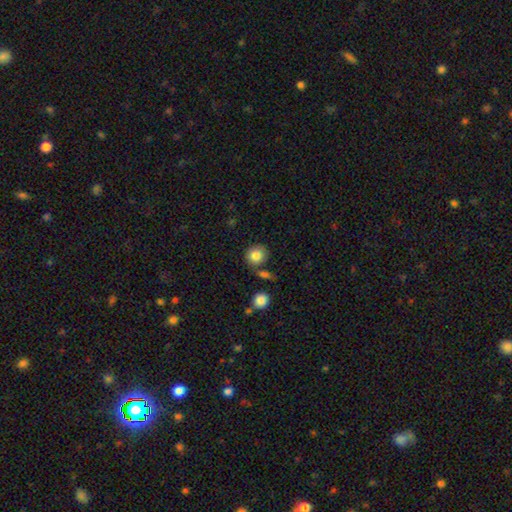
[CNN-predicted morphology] The model was most divided on "merging": none: 68%, minor disturbance: 14%, merger: 14%, major disturbance: 5%. More confident: how rounded — round (85%); smooth or featured — smooth (84%).